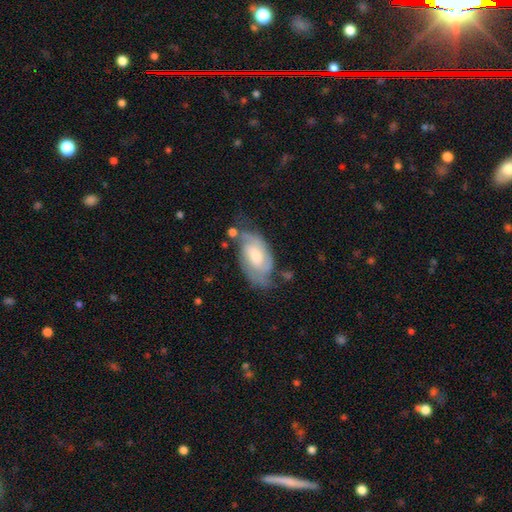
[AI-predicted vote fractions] Smooth or featured?
  - featured or disk: 66% *
  - smooth: 27%
  - star or artifact: 6%
Edge-on disk?
  - no: 94% *
  - yes: 6%
Bar?
  - no: 54% *
  - weak: 38%
  - strong: 7%
Spiral arms?
  - yes: 87% *
  - no: 13%
Spiral winding?
  - medium: 42% * (tied)
  - tight: 42% * (tied)
  - loose: 16%
Spiral arm count?
  - 2: 57% *
  - can't tell: 25%
  - 3: 8%
  - 1: 5%
  - 4: 2%
  - more than 4: 2%
Bulge size?
  - moderate: 51% *
  - small: 25%
  - large: 17%
  - none: 5%
  - dominant: 2%
Merging?
  - none: 48% *
  - minor disturbance: 30%
  - major disturbance: 16%
  - merger: 6%